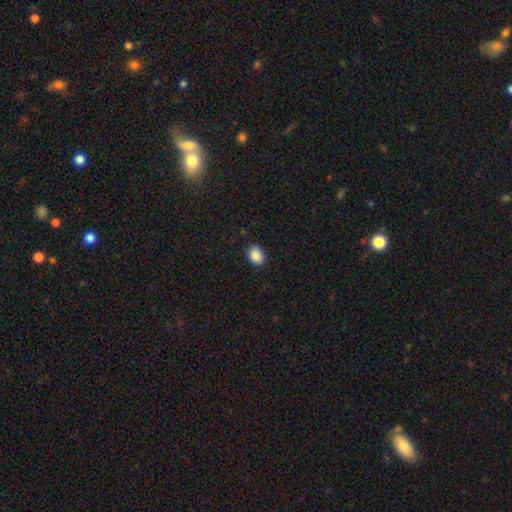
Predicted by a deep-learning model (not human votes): A smooth galaxy with no disk features (89%) that is in between round and cigar-shaped (74%). Merging: none (86%).